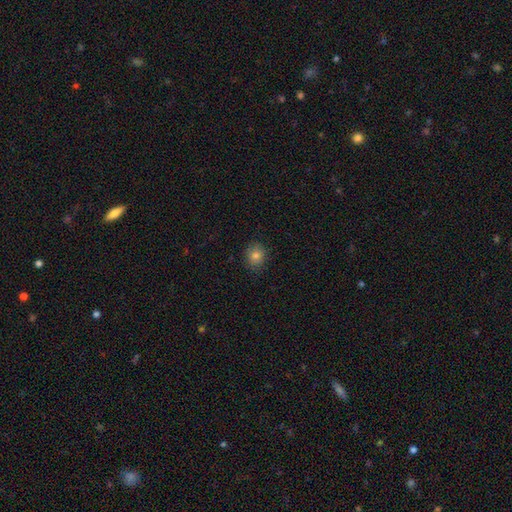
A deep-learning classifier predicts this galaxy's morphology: Q: Smooth or featured?
A: smooth (80%); runner-up: star or artifact (12%)
Q: How rounded?
A: round (70%); runner-up: in between (29%)
Q: Merging?
A: none (87%); runner-up: minor disturbance (9%)